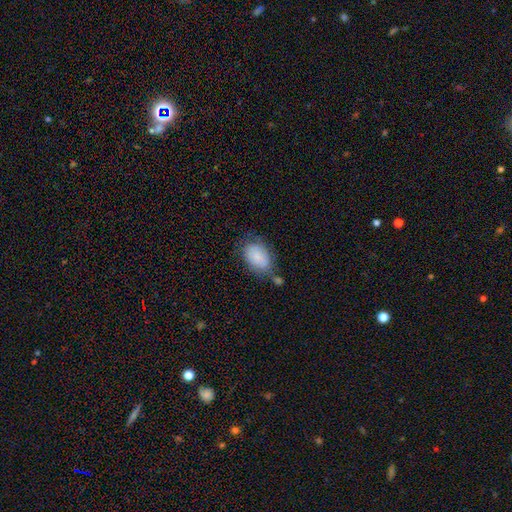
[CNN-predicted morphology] This is clearly a smooth galaxy (81%). How rounded: clearly in between (88%). Merging: possibly none (58%).